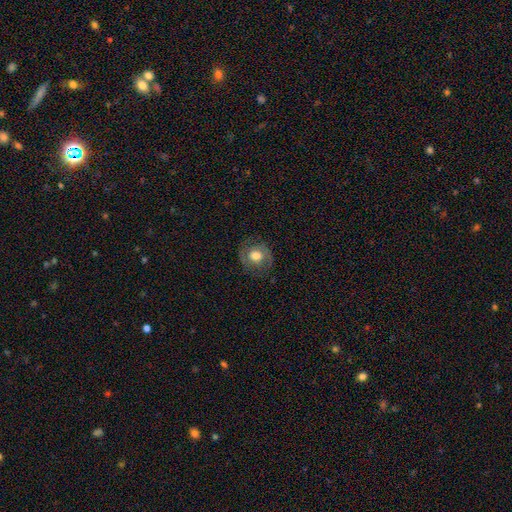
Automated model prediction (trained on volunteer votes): Morphology: type=smooth (50%); roundness=round (79%); merging=none (77%).